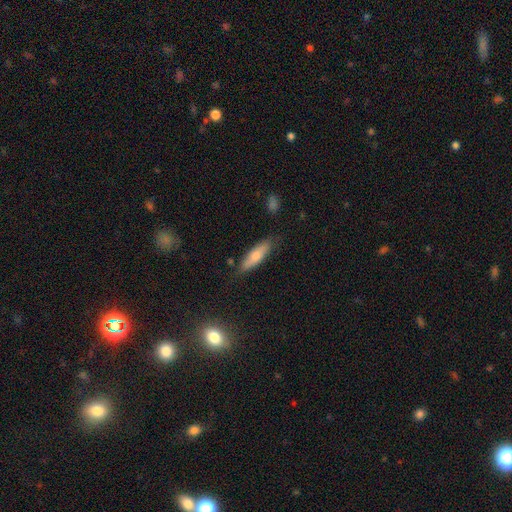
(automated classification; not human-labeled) smooth_or_featured: smooth (p=0.65) [alt: featured or disk p=0.28]
how_rounded: cigar-shaped (p=0.59) [alt: in between p=0.39]
merging: none (p=0.80) [alt: minor disturbance p=0.15]